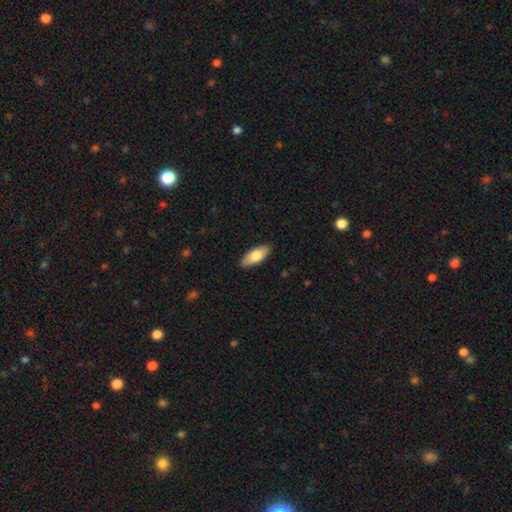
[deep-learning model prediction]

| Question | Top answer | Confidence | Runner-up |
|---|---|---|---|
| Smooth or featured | smooth | 76% | featured or disk (19%) |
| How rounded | in between | 82% | cigar-shaped (16%) |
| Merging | none | 89% | minor disturbance (9%) |